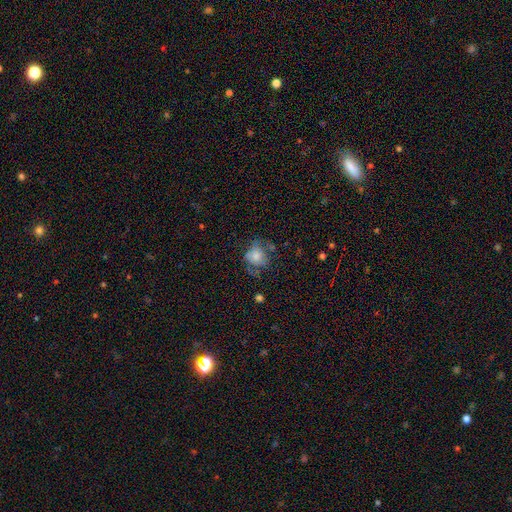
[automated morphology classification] A smooth galaxy with no disk features (64%) that is round (67%).

Vote fractions:
- Smooth or featured? smooth: 64% / featured or disk: 26% / star or artifact: 10%
- How rounded? round: 67% / in between: 32% / cigar-shaped: 1%
- Merging? none: 44% / minor disturbance: 28% / major disturbance: 24% / merger: 4%